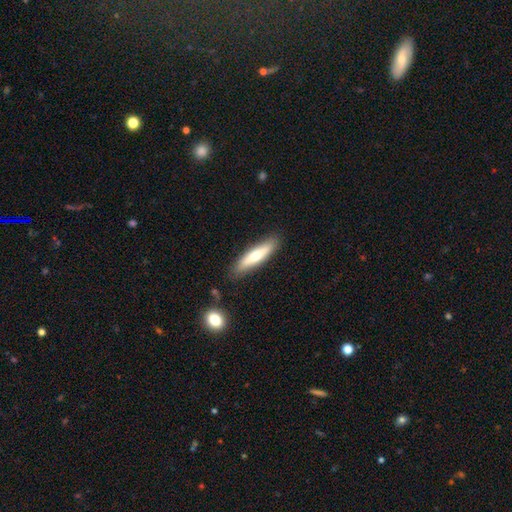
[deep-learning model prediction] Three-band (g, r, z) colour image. It shows a smooth galaxy with no disk features (59%) that is cigar-shaped (75%). Merging: none (85%).